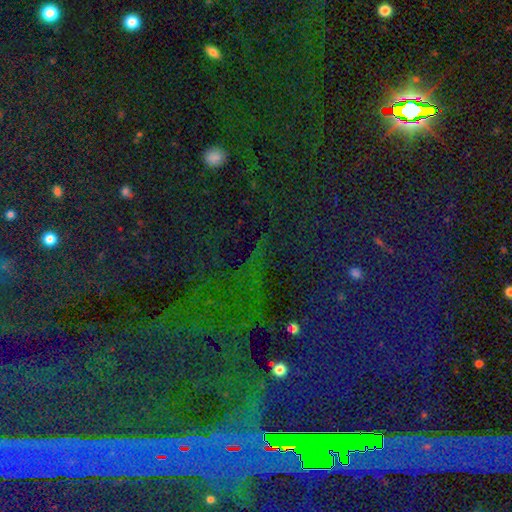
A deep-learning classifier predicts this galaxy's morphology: Smooth or featured?
  - star or artifact: 85% *
  - smooth: 8%
  - featured or disk: 7%